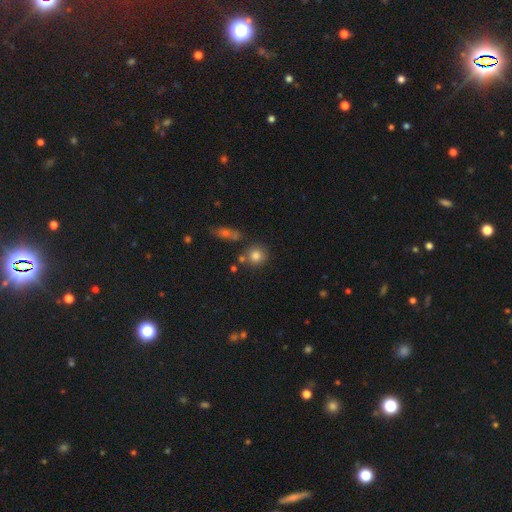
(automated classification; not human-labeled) smooth-or-featured: smooth: 81% | star or artifact: 11% | featured or disk: 8%
  how-rounded: round: 89% | in between: 10% | cigar-shaped: 1%
  merging: none: 72% | merger: 12% | minor disturbance: 12% | major disturbance: 4%